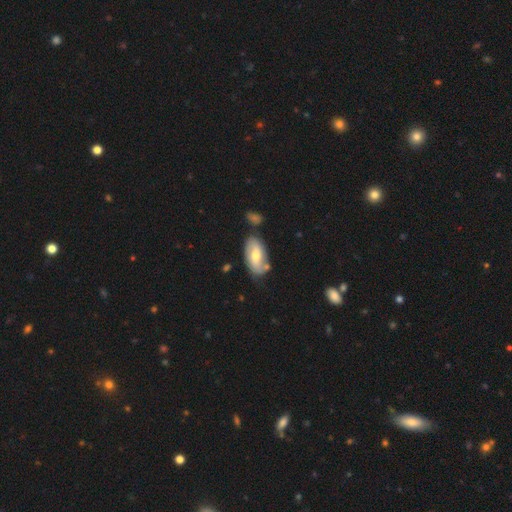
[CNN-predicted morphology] This is possibly a featured or disk galaxy (51%). It is clearly not viewed edge-on (91%). Merging: likely none (69%).